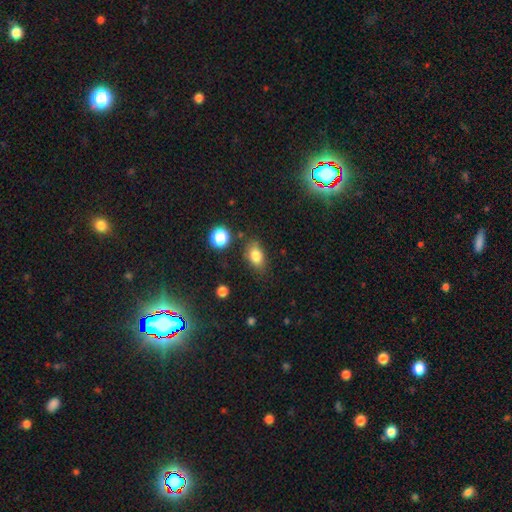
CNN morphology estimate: This is clearly a smooth galaxy (81%). How rounded: clearly in between (82%). Merging: likely none (79%).